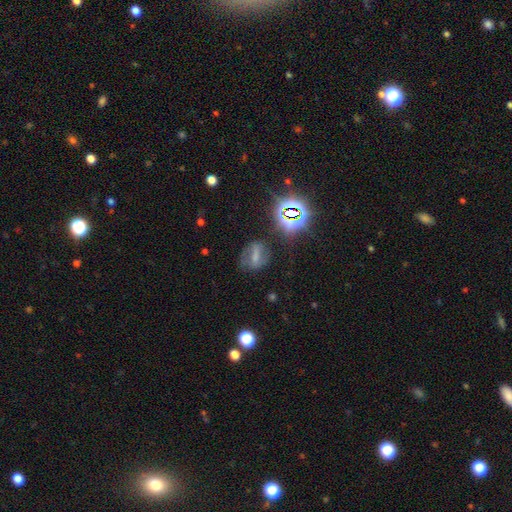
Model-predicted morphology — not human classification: A smooth galaxy with no disk features (37%).

Vote fractions:
- Smooth or featured? smooth: 37% / featured or disk: 33% / star or artifact: 30%
- Merging? none: 64% / minor disturbance: 19% / major disturbance: 13% / merger: 3%